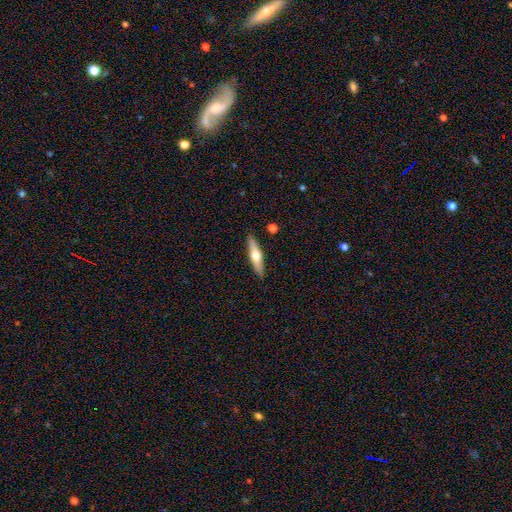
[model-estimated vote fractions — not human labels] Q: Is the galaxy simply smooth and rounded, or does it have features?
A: featured or disk — 50%.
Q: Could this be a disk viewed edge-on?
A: yes — 93%.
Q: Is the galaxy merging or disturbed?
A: none — 89%.